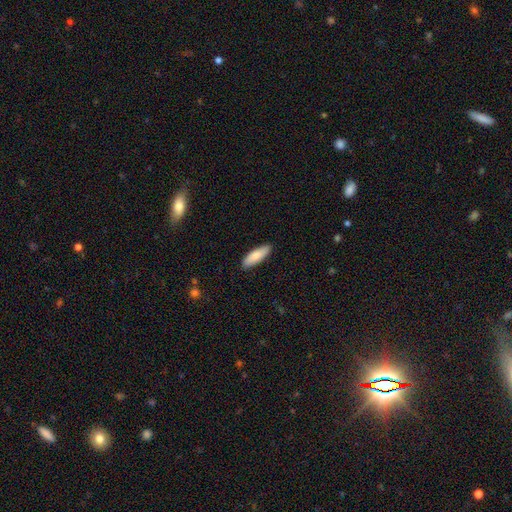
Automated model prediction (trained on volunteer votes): Smooth or featured? Predicted: smooth (p=0.83). How rounded? Predicted: in between (p=0.51). Merging? Predicted: none (p=0.89).